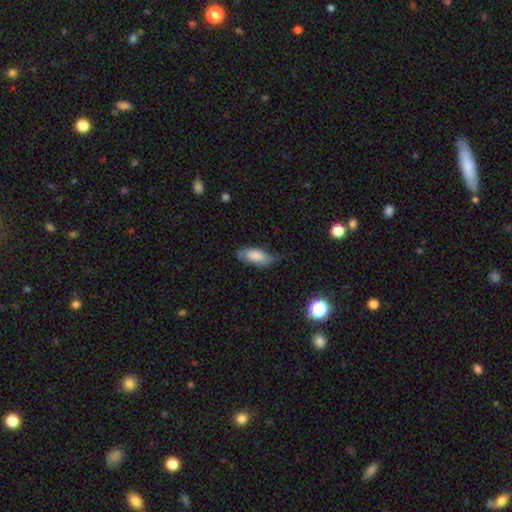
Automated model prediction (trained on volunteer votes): Smooth or featured?
  - smooth: 76% *
  - featured or disk: 17%
  - star or artifact: 7%
How rounded?
  - in between: 83% *
  - cigar-shaped: 15%
  - round: 2%
Merging?
  - none: 49% *
  - minor disturbance: 38%
  - major disturbance: 11%
  - merger: 2%